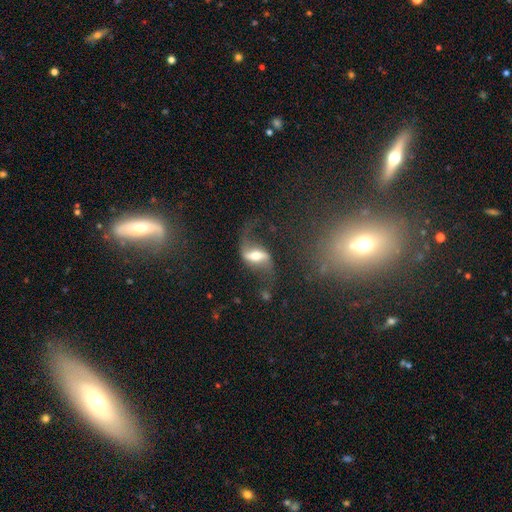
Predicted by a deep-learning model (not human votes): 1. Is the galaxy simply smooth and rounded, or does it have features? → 82% featured or disk, 11% smooth, 7% star or artifact.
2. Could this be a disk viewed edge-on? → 92% no, 8% yes.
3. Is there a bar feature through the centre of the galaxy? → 53% strong, 34% weak, 13% no.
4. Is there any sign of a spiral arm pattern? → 92% yes, 8% no.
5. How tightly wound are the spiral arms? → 87% loose, 10% medium, 3% tight.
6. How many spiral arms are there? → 91% 2, 4% 1, 2% can't tell, 1% 3, 1% 4, 1% more than 4.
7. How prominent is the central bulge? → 50% moderate, 21% small, 21% large, 5% none, 4% dominant.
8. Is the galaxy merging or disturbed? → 60% none, 20% major disturbance, 15% minor disturbance, 5% merger.